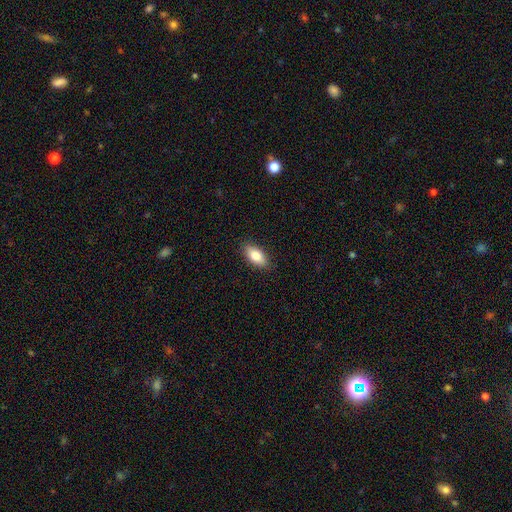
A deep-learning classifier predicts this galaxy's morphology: The model was most divided on "smooth or featured": smooth: 83%, featured or disk: 10%, star or artifact: 7%. More confident: how rounded — in between (88%); merging — none (87%).